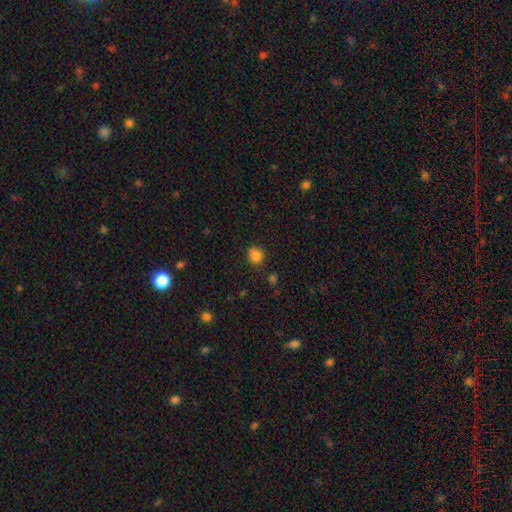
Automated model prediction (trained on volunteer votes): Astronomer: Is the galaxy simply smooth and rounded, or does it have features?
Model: smooth — 84%.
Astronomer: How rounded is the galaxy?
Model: round — 86%.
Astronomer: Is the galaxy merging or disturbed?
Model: none — 82%.